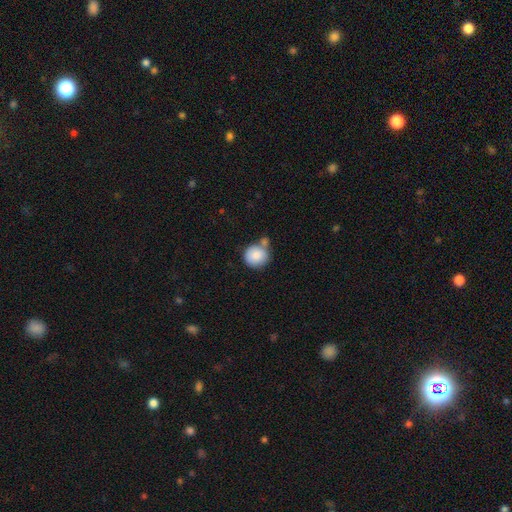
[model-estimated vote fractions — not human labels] The model was most divided on "merging": none: 53%, merger: 27%, minor disturbance: 16%, major disturbance: 5%. More confident: how rounded — round (90%); smooth or featured — smooth (85%).